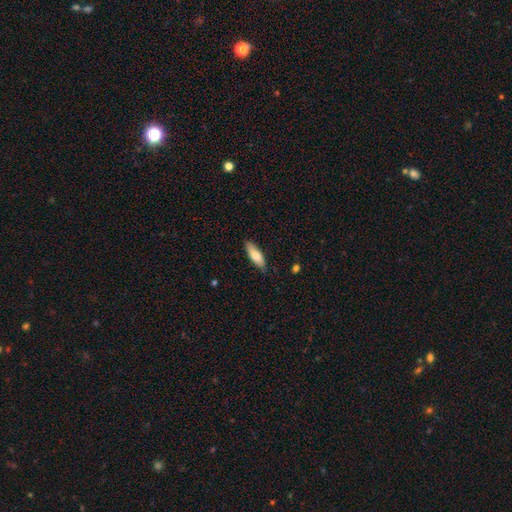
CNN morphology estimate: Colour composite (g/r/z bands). It shows a smooth galaxy with no disk features (75%) that is in between round and cigar-shaped (53%). Merging: none (84%).